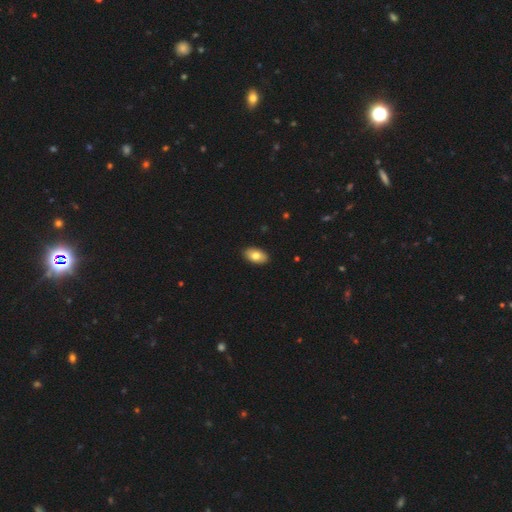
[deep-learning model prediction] Smooth or featured?
  - smooth: 80% *
  - featured or disk: 14%
  - star or artifact: 7%
How rounded?
  - in between: 94% *
  - round: 4%
  - cigar-shaped: 2%
Merging?
  - none: 90% *
  - minor disturbance: 7%
  - major disturbance: 1%
  - merger: 1%